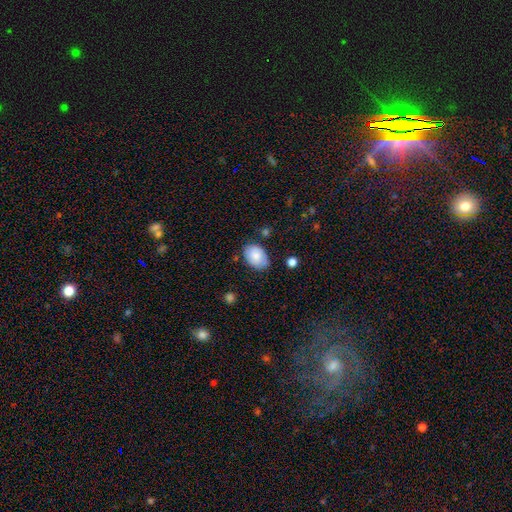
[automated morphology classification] smooth 79%, featured or disk 14%, star or artifact 7%. Down the decision tree: how rounded — in between (82%); merging — none (70%).